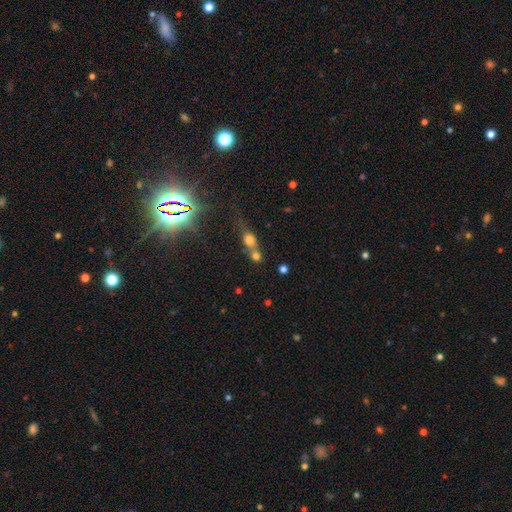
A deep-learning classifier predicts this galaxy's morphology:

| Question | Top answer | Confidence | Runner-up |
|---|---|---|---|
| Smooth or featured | star or artifact | 57% | smooth (24%) |